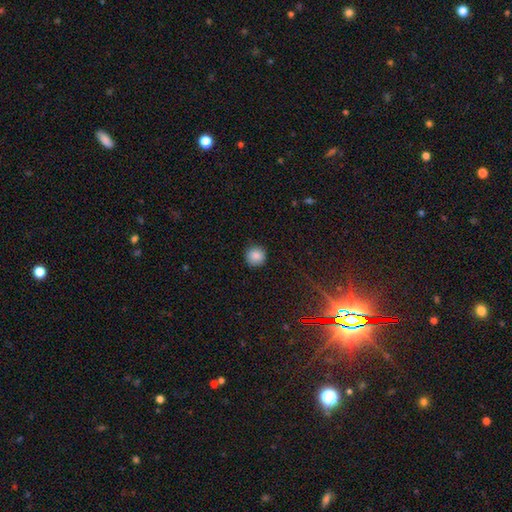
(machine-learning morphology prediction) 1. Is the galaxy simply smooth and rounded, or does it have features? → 87% smooth, 10% star or artifact, 4% featured or disk.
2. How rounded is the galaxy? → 94% round, 5% in between, 1% cigar-shaped.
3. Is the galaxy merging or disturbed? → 90% none, 7% minor disturbance, 2% major disturbance, 1% merger.